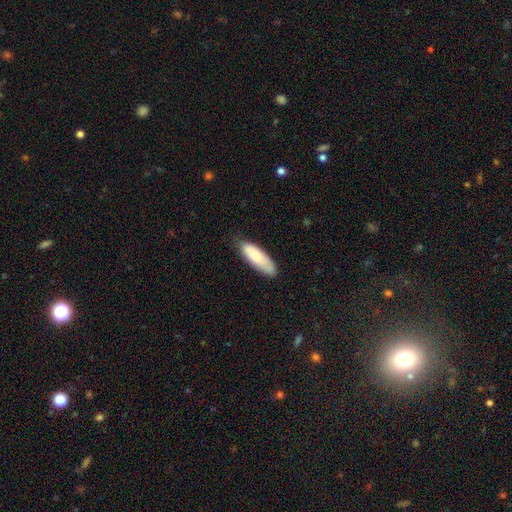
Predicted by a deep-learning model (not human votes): A smooth galaxy with no disk features (75%) that is in between round and cigar-shaped (64%). Merging: none (72%).